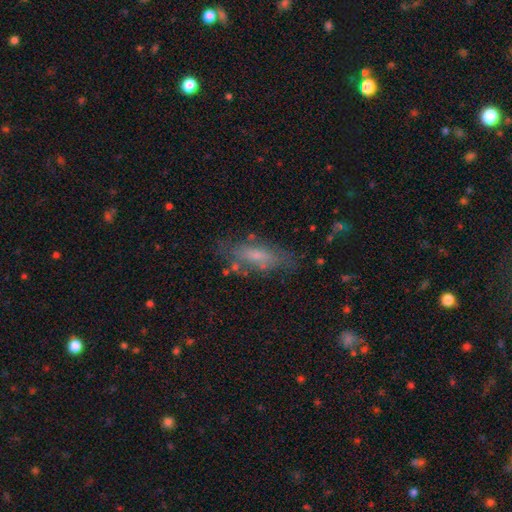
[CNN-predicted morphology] Q: Smooth or featured?
A: smooth (55%); runner-up: featured or disk (36%)
Q: How rounded?
A: in between (60%); runner-up: cigar-shaped (37%)
Q: Merging?
A: none (64%); runner-up: minor disturbance (21%)